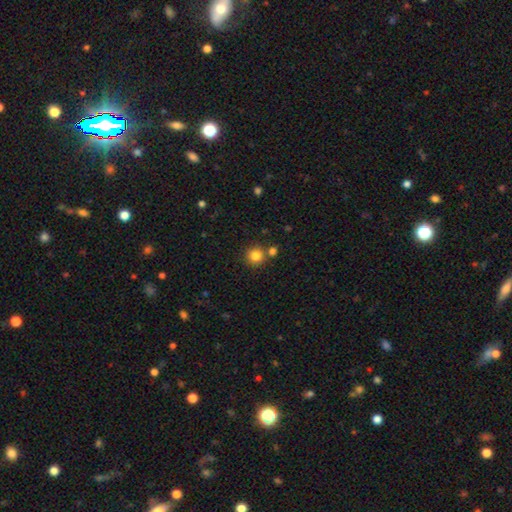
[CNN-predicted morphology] This appears to be a smooth galaxy with no disk features (83%) that is round (93%). Merging: none (76%).